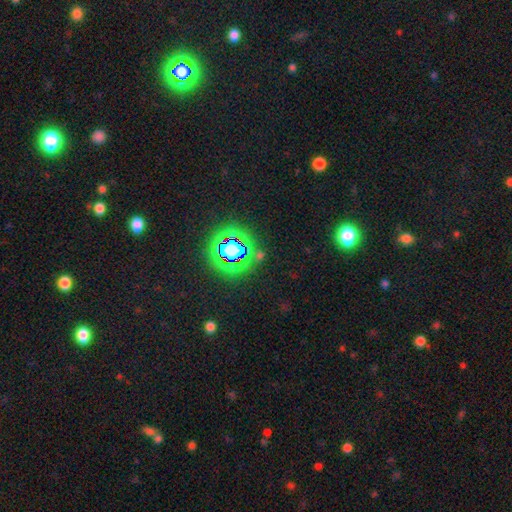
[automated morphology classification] This is likely a star or artifact rather than a galaxy (73%).